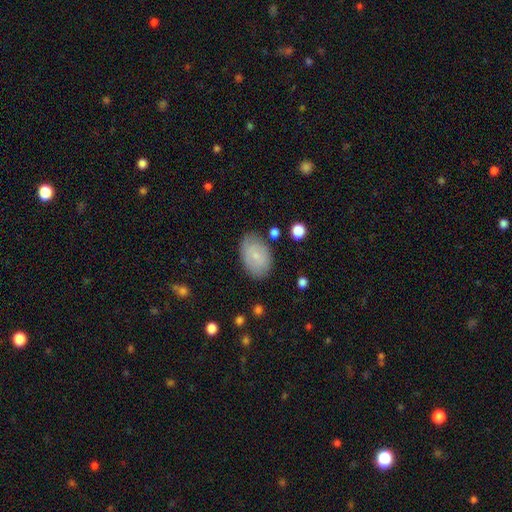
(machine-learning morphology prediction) Smooth or featured? Predicted: smooth (p=0.69). How rounded? Predicted: in between (p=0.88). Merging? Predicted: none (p=0.77).